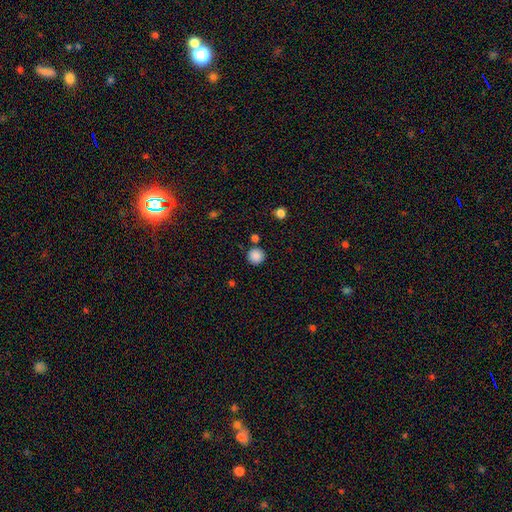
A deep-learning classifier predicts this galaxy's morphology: Smooth or featured? Predicted: smooth (p=0.87). How rounded? Predicted: round (p=0.95). Merging? Predicted: none (p=0.84).